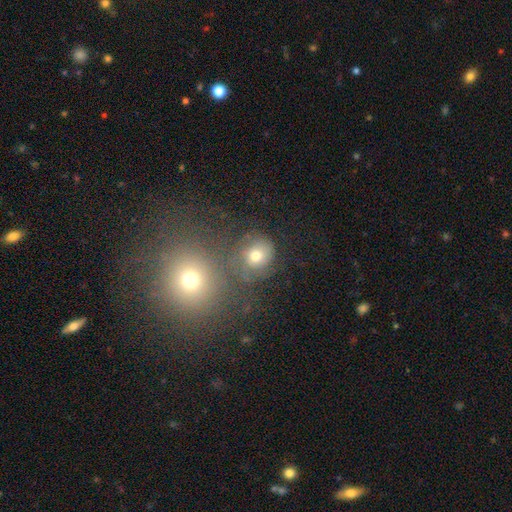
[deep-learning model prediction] This is likely a smooth galaxy (62%). How rounded: likely round (76%). Merging: possibly none (55%).